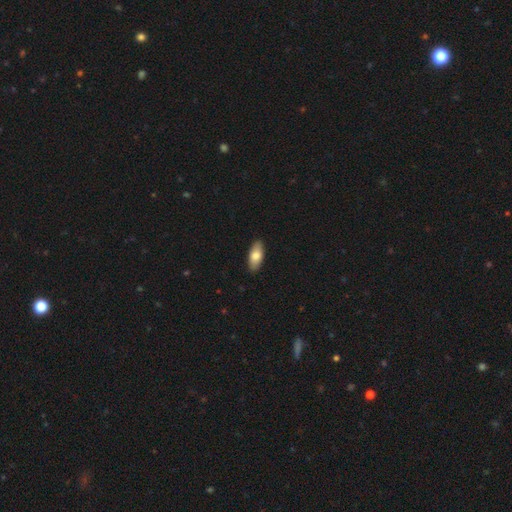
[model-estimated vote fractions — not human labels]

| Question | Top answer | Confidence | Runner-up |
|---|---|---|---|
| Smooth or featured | smooth | 77% | featured or disk (17%) |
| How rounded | in between | 87% | cigar-shaped (10%) |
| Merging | none | 89% | minor disturbance (8%) |